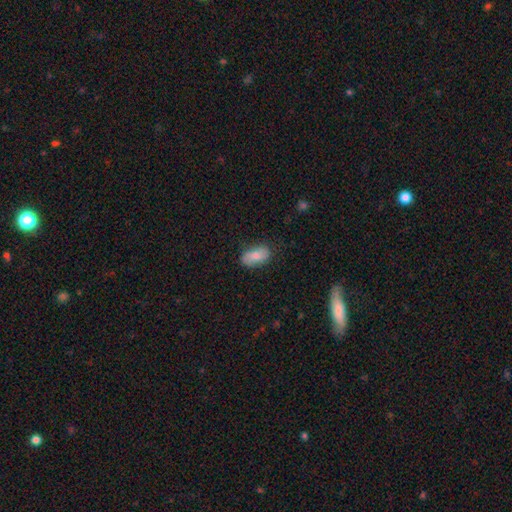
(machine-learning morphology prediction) This appears to be a smooth galaxy with no disk features (75%) that is in between round and cigar-shaped (92%). Merging: none (77%).